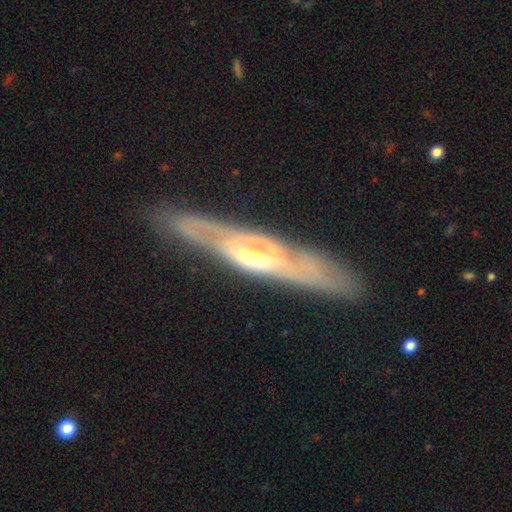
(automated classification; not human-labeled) Smooth or featured? featured or disk (80%)
Edge-on disk? yes (53%)
Merging? none (82%)